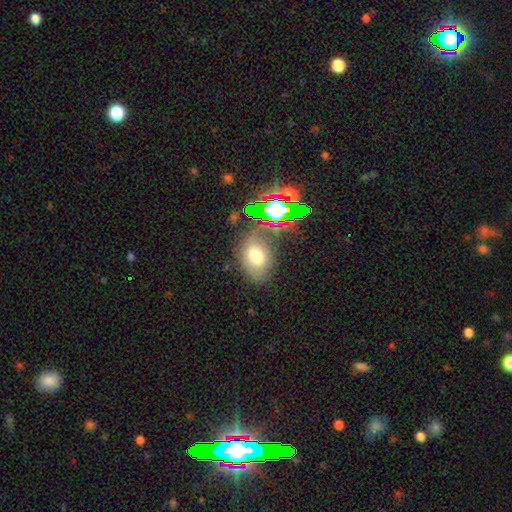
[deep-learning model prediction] A smooth galaxy with no disk features (68%) that is in between round and cigar-shaped (78%). Merging: none (67%).